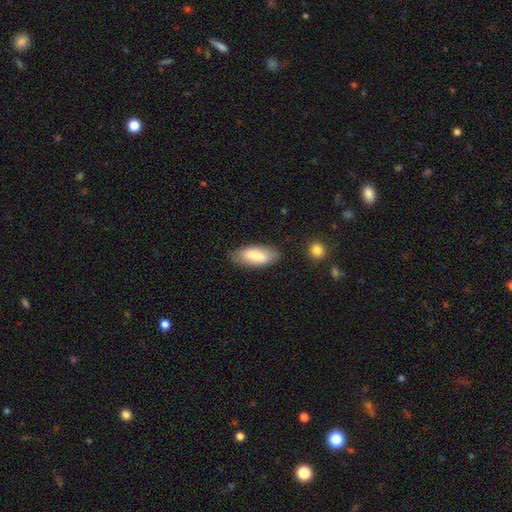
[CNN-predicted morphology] Overall: smooth (79%). How rounded: in between (82%). Merging: none (80%).